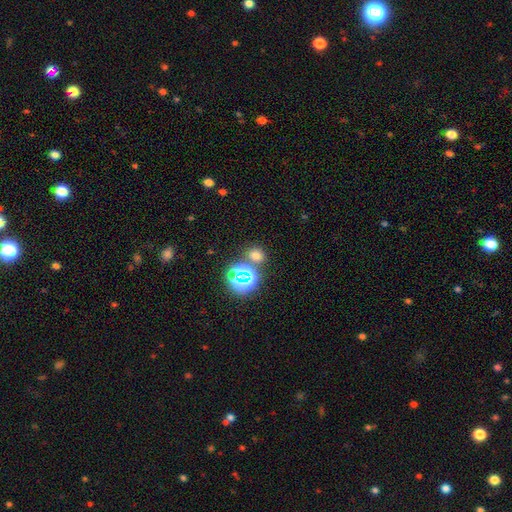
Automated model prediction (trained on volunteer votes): Q: Smooth or featured?
A: smooth (64%); runner-up: star or artifact (30%)
Q: How rounded?
A: round (68%); runner-up: in between (31%)
Q: Merging?
A: none (74%); runner-up: merger (14%)